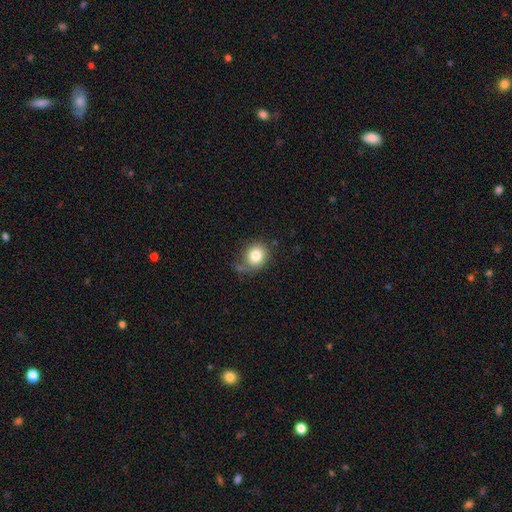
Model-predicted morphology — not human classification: smooth_or_featured: smooth (p=0.81) [alt: star or artifact p=0.10]
how_rounded: round (p=0.68) [alt: in between p=0.31]
merging: none (p=0.66) [alt: minor disturbance p=0.21]